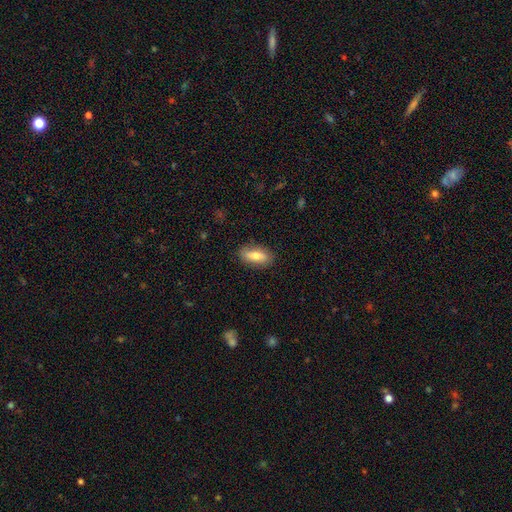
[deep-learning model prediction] This is likely a smooth galaxy (73%). How rounded: clearly in between (82%). Merging: clearly none (86%).